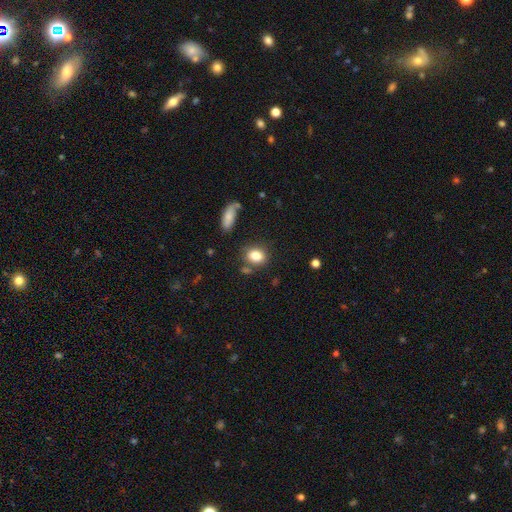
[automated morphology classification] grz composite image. It shows a smooth galaxy with no disk features (83%) that is in between round and cigar-shaped (53%). Merging: none (74%).